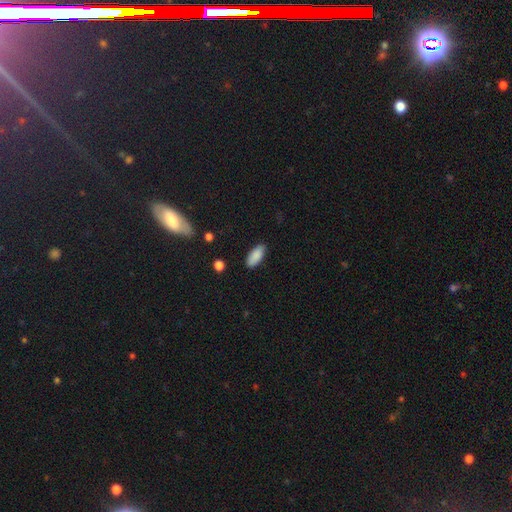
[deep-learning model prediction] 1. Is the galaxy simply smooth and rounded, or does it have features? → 88% smooth, 7% star or artifact, 5% featured or disk.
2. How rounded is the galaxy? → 86% in between, 12% cigar-shaped, 2% round.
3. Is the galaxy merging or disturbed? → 87% none, 10% minor disturbance, 2% major disturbance, 1% merger.